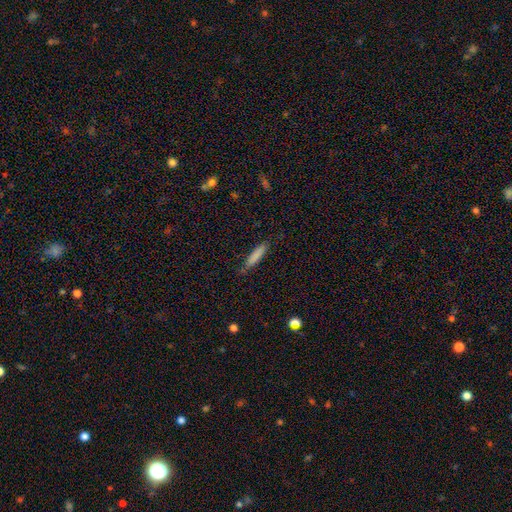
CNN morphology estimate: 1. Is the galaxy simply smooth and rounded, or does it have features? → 81% smooth, 12% featured or disk, 7% star or artifact.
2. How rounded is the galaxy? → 85% cigar-shaped, 14% in between, 1% round.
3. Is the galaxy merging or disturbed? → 79% none, 16% minor disturbance, 3% major disturbance, 2% merger.